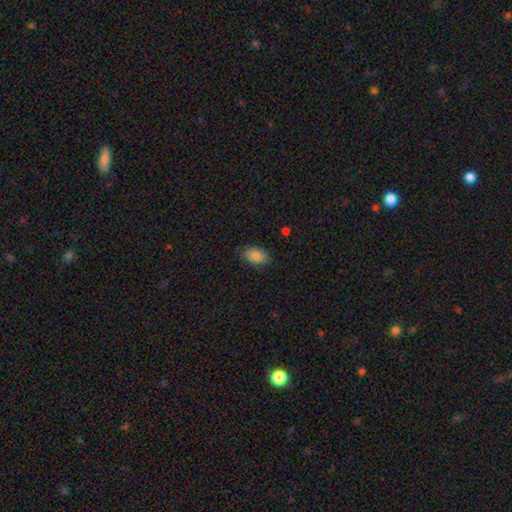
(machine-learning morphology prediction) This is clearly a smooth galaxy (86%). How rounded: clearly in between (90%). Merging: clearly none (85%).